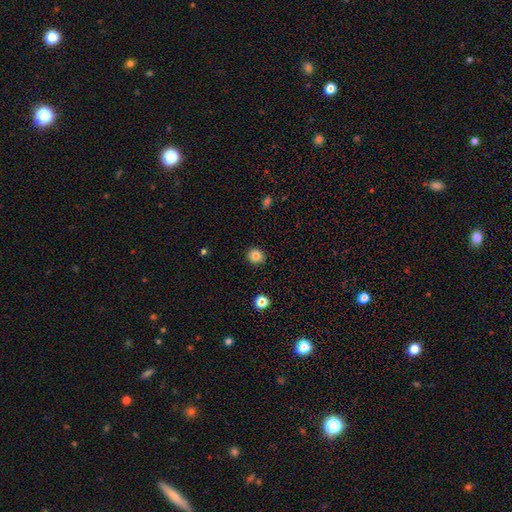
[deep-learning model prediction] Smooth or featured: smooth — 84% (star or artifact — 11%)
How rounded: round — 84% (in between — 15%)
Merging: none — 90% (minor disturbance — 7%)